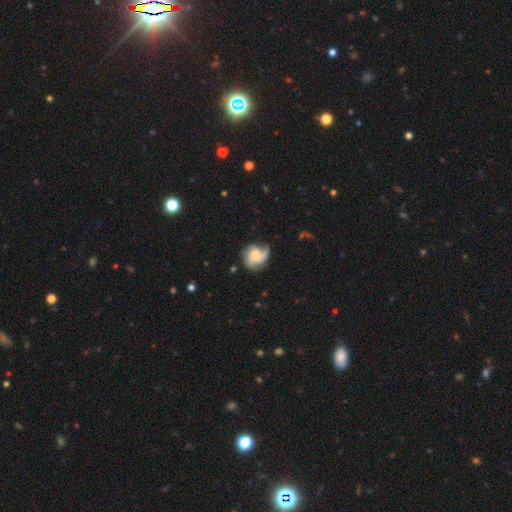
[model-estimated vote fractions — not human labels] A featured or disk galaxy (71%) with no bar (68%), 2 (32%) medium (43%) spiral arms (94%) and a small central bulge (41%). Merging: none (56%).